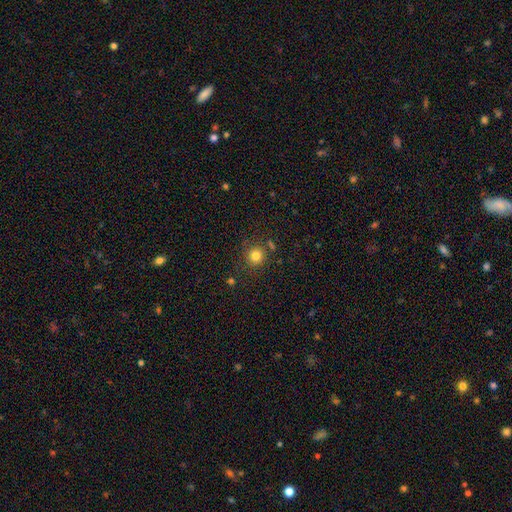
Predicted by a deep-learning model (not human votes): Overall: smooth (80%). How rounded: round (91%). Merging: none (81%).